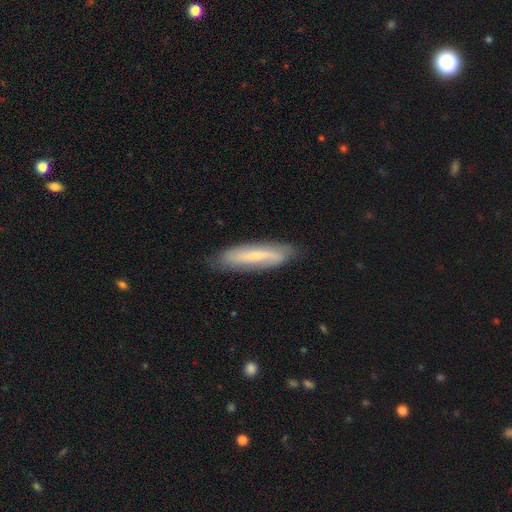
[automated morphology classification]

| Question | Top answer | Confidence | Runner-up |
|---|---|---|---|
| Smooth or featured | featured or disk | 61% | smooth (33%) |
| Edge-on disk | no | 60% | yes (40%) |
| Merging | none | 82% | minor disturbance (14%) |